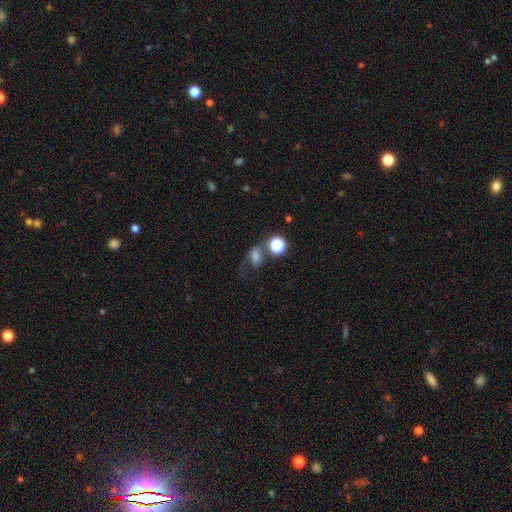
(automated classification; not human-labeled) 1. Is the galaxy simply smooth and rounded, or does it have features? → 55% smooth, 23% featured or disk, 22% star or artifact.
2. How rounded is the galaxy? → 57% in between, 40% round, 3% cigar-shaped.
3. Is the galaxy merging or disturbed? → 33% none, 26% major disturbance, 24% merger, 17% minor disturbance.